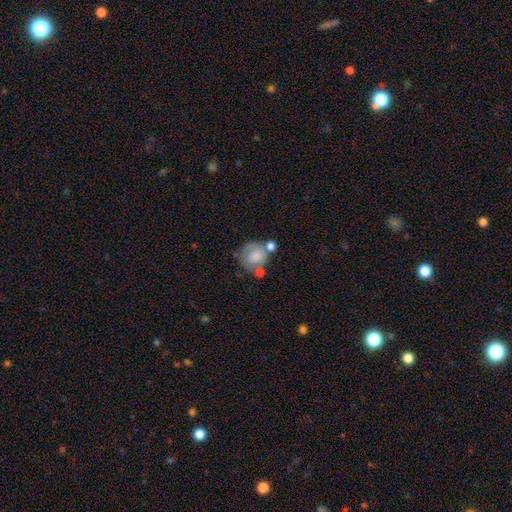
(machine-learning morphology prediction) Overall: smooth (71%). How rounded: round (78%). Merging: none (46%; merger 22%).